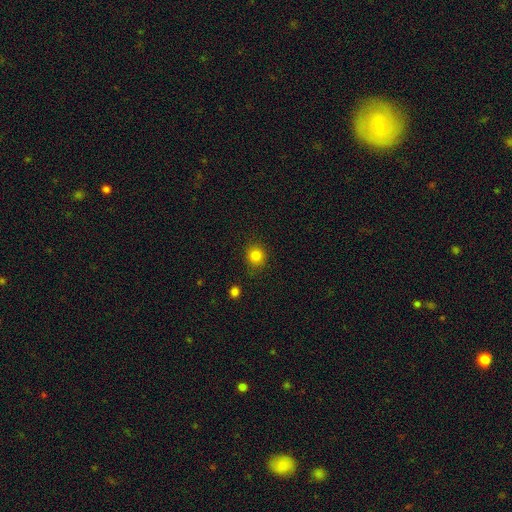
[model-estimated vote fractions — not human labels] The model was most divided on "smooth or featured": smooth: 82%, star or artifact: 13%, featured or disk: 5%. More confident: merging — none (86%); how rounded — round (85%).